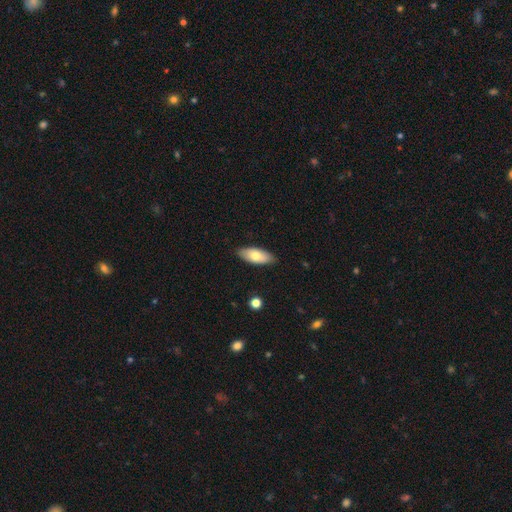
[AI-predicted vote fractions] Smooth or featured? Predicted: smooth (p=0.72). How rounded? Predicted: in between (p=0.87). Merging? Predicted: none (p=0.87).